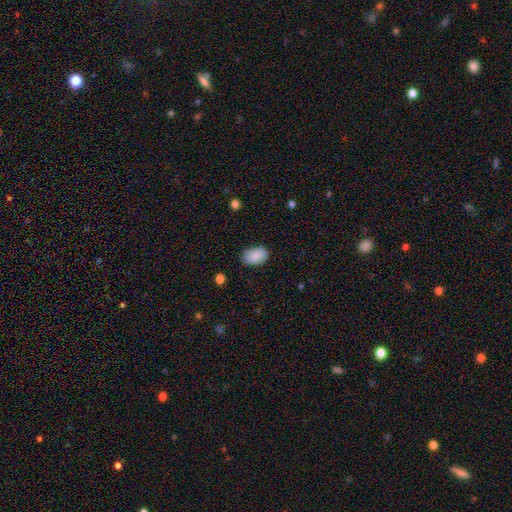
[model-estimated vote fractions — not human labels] Q: Smooth or featured?
A: smooth (90%); runner-up: star or artifact (7%)
Q: How rounded?
A: in between (92%); runner-up: round (7%)
Q: Merging?
A: none (81%); runner-up: minor disturbance (14%)